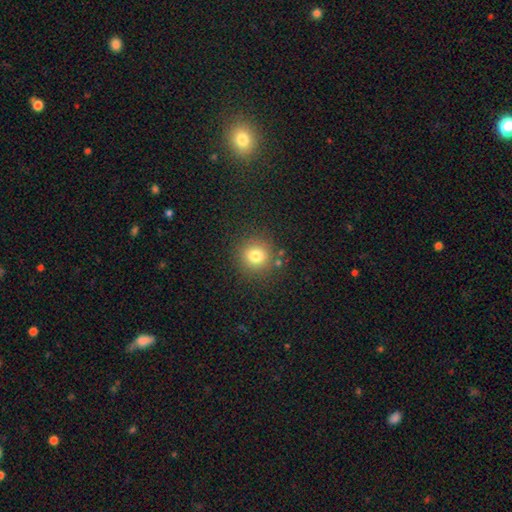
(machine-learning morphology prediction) smooth-or-featured: smooth: 78% | star or artifact: 14% | featured or disk: 8%
  how-rounded: round: 92% | in between: 7% | cigar-shaped: 1%
  merging: none: 85% | minor disturbance: 8% | merger: 3% | major disturbance: 3%